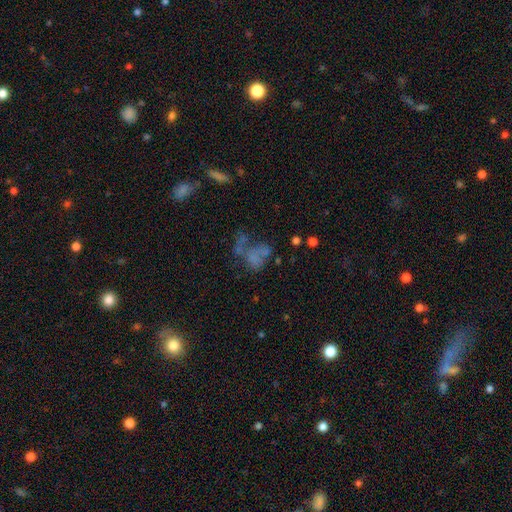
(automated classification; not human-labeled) Smooth or featured?
  - smooth: 47% *
  - featured or disk: 31%
  - star or artifact: 22%
Merging?
  - merger: 32% *
  - major disturbance: 28%
  - none: 26%
  - minor disturbance: 14%